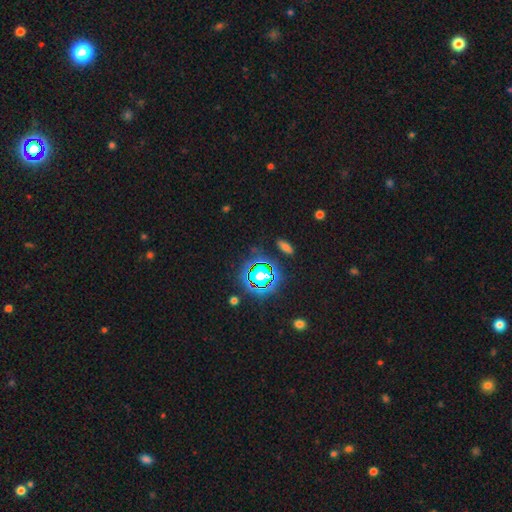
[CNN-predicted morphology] This appears to be a star or artifact, not a galaxy (81%).